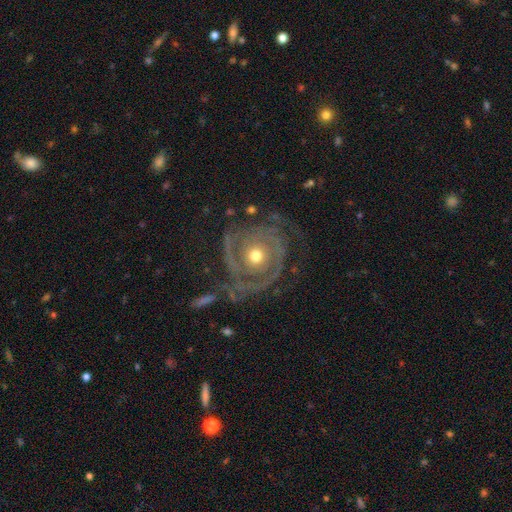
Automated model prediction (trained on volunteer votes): smooth_or_featured: featured or disk (p=0.86) [alt: smooth p=0.09]
disk_edge_on: no (p=0.97) [alt: yes p=0.03]
bar: no (p=0.82) [alt: weak p=0.13]
has_spiral_arms: yes (p=0.91) [alt: no p=0.09]
spiral_winding: tight (p=0.65) [alt: medium p=0.26]
spiral_arm_count: 2 (p=0.42) [alt: can't tell p=0.21]
bulge_size: moderate (p=0.70) [alt: small p=0.23]
merging: none (p=0.64) [alt: minor disturbance p=0.18]